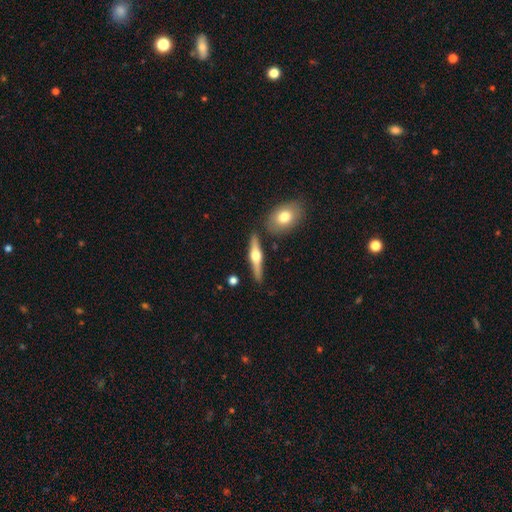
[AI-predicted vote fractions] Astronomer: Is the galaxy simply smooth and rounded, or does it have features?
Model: featured or disk — 68%.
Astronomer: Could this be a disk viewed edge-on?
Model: yes — 96%.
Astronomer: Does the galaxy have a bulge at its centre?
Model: rounded — 95%.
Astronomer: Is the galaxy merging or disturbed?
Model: none — 83%.